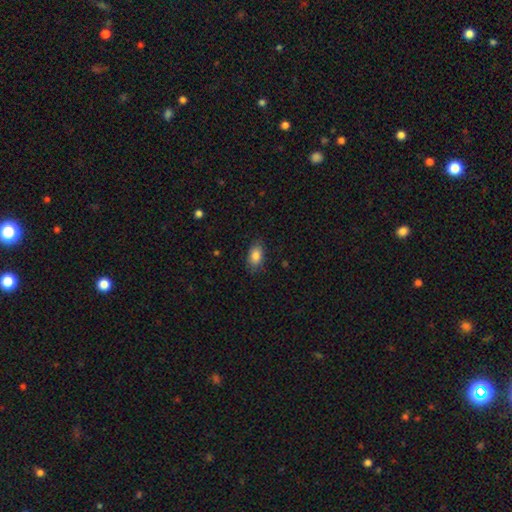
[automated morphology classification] Smooth or featured: smooth — 85% (featured or disk — 8%)
How rounded: in between — 89% (round — 8%)
Merging: none — 81% (minor disturbance — 15%)